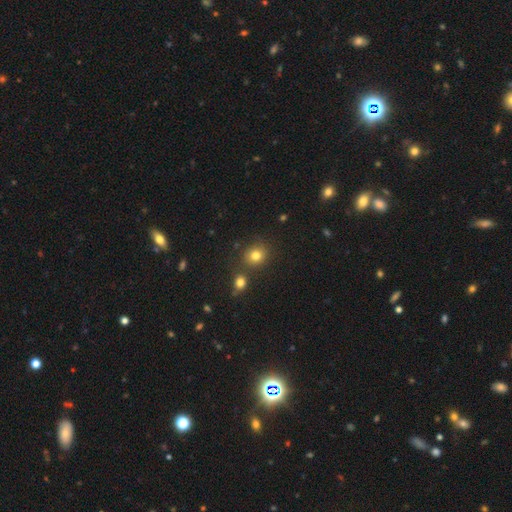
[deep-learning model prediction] This is likely a smooth galaxy (79%). How rounded: likely round (78%). Merging: likely none (75%).